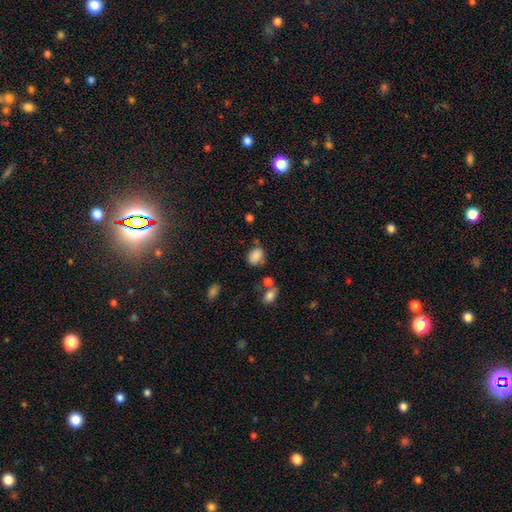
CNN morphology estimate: The model was most divided on "how rounded": in between: 55%, round: 44%, cigar-shaped: 1%. More confident: smooth or featured — smooth (83%); merging — none (61%).